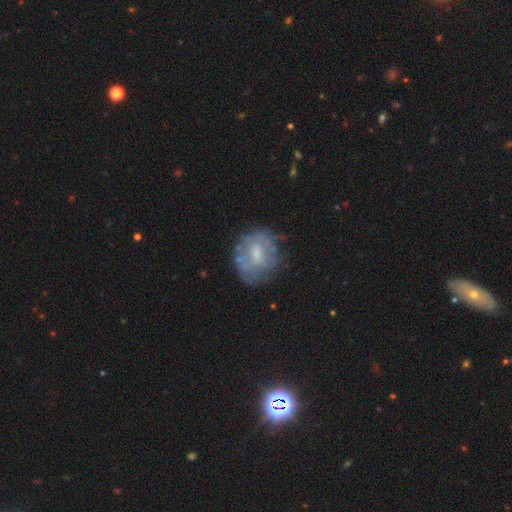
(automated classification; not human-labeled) featured or disk 52%, smooth 39%, star or artifact 9%. Down the decision tree: edge-on disk — no (97%); bar — no (53%); spiral arms — no (72%); bulge size — moderate (42%); merging — none (62%).